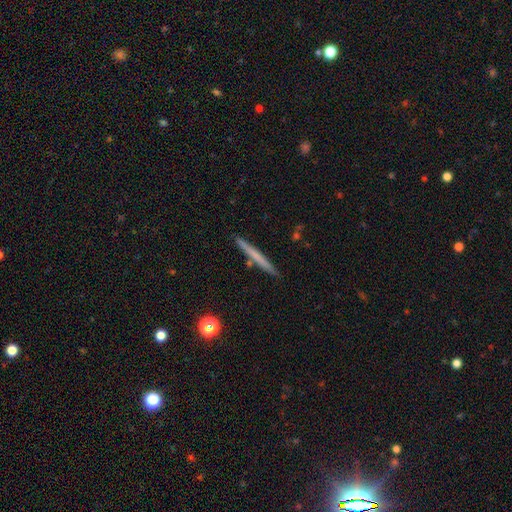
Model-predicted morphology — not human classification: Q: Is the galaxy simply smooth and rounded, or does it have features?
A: smooth — 55%.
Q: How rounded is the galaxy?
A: cigar-shaped — 97%.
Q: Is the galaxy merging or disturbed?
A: none — 90%.